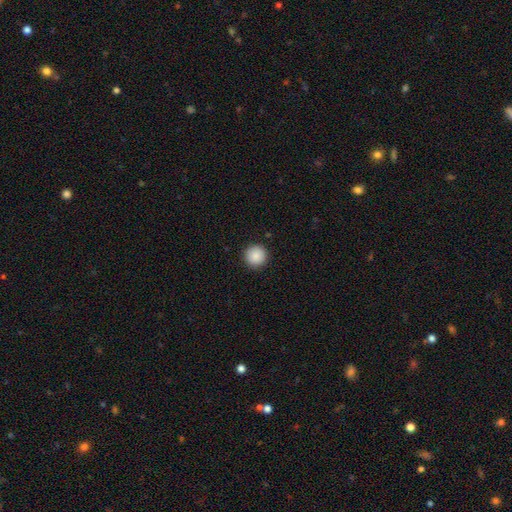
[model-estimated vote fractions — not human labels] This appears to be a smooth galaxy with no disk features (88%) that is round (96%). Merging: none (93%).